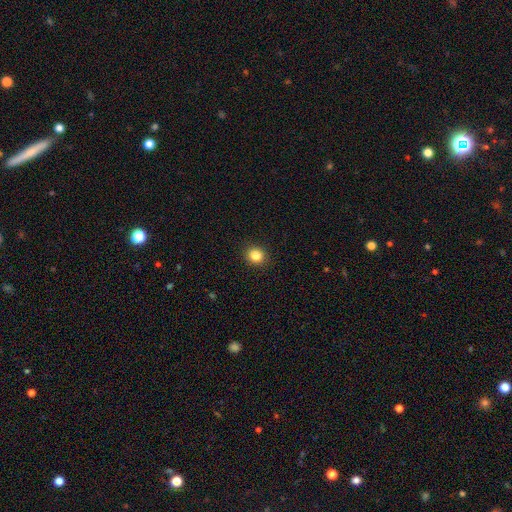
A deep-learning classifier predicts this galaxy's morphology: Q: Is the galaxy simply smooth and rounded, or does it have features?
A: smooth — 84%.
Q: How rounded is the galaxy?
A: round — 84%.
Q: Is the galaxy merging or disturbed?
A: none — 91%.